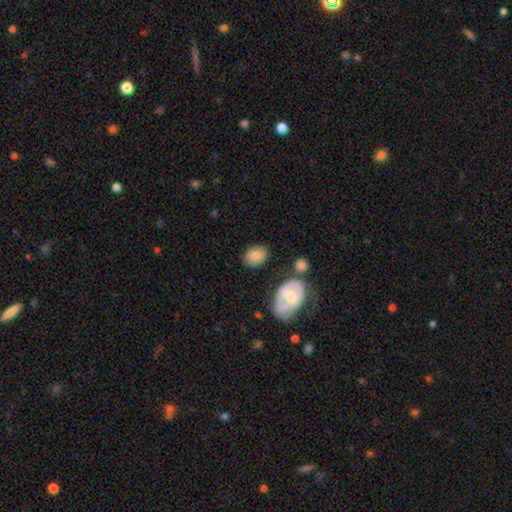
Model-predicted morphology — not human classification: This appears to be a smooth galaxy with no disk features (80%) that is in between round and cigar-shaped (75%). Merging: none (74%).